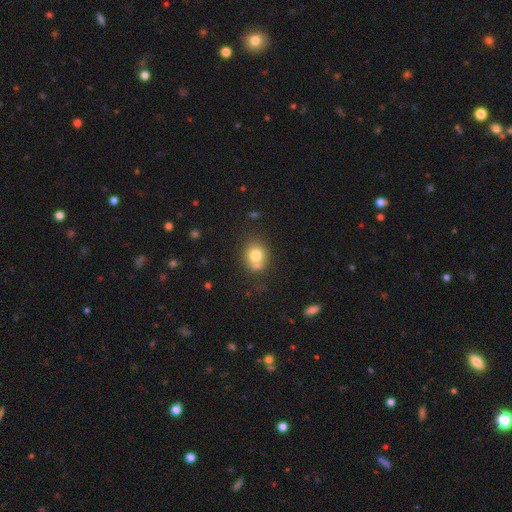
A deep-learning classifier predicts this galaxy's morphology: smooth-or-featured: smooth: 76% | featured or disk: 13% | star or artifact: 11%
  how-rounded: round: 74% | in between: 25% | cigar-shaped: 1%
  merging: none: 57% | merger: 21% | minor disturbance: 17% | major disturbance: 6%